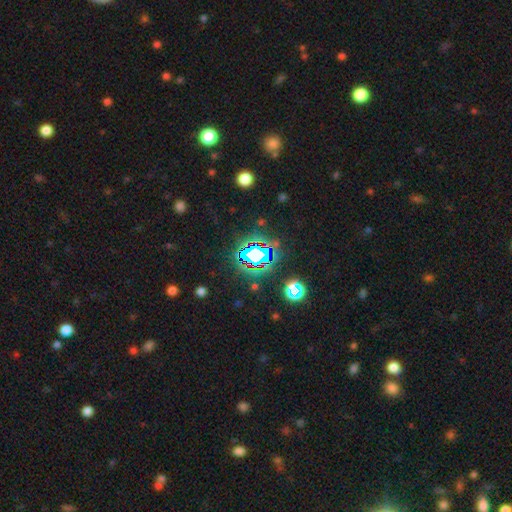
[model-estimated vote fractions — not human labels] Q: Smooth or featured?
A: star or artifact (70%); runner-up: smooth (17%)